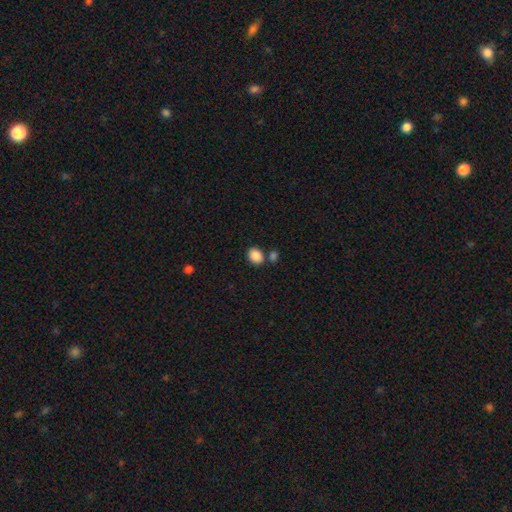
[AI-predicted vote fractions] Smooth or featured?
  - smooth: 87% *
  - star or artifact: 9%
  - featured or disk: 4%
How rounded?
  - round: 53% *
  - in between: 46%
  - cigar-shaped: 1%
Merging?
  - none: 68% *
  - merger: 18%
  - minor disturbance: 10%
  - major disturbance: 3%